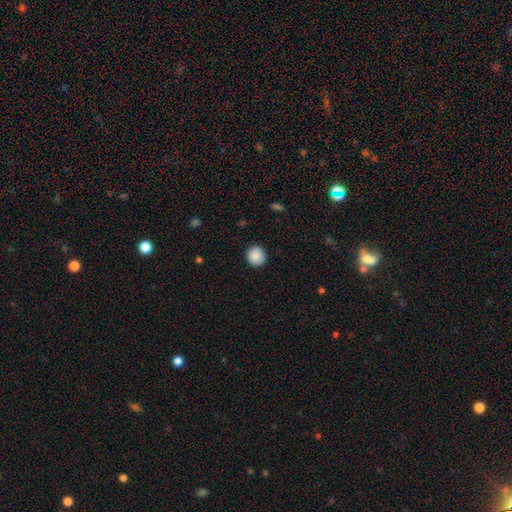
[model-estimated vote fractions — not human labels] This is clearly a smooth galaxy (89%). How rounded: clearly round (87%). Merging: clearly none (90%).